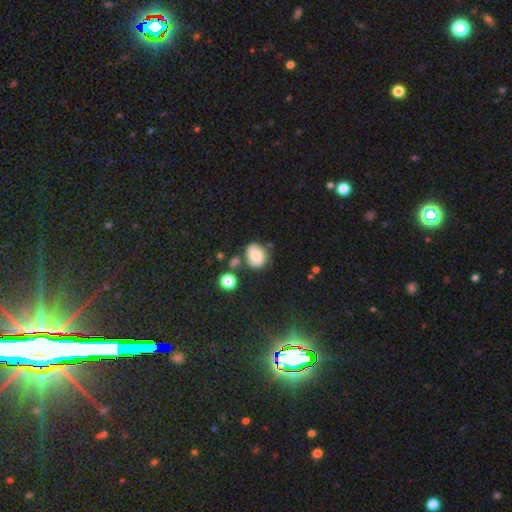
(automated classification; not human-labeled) Smooth or featured?
  - smooth: 55% *
  - featured or disk: 34%
  - star or artifact: 11%
How rounded?
  - round: 55% *
  - in between: 44%
  - cigar-shaped: 1%
Merging?
  - none: 62% *
  - minor disturbance: 21%
  - merger: 10%
  - major disturbance: 7%